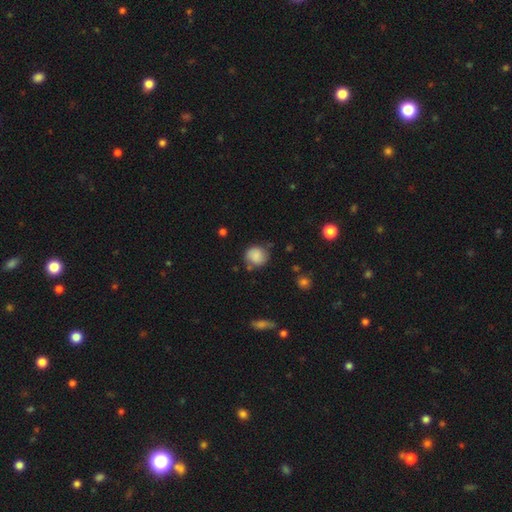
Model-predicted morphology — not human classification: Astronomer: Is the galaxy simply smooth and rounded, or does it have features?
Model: smooth — 81%.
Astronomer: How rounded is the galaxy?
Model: round — 83%.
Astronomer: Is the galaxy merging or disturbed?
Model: none — 69%.